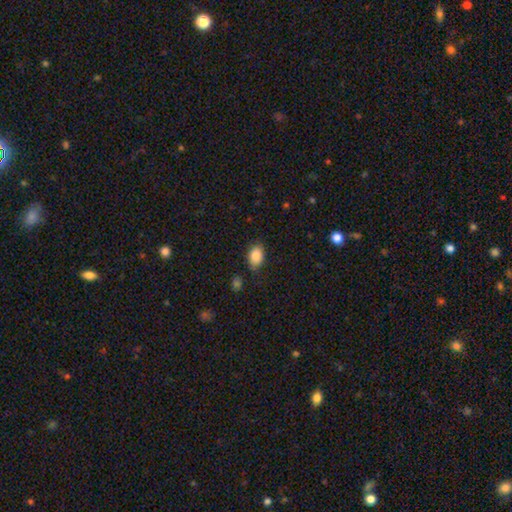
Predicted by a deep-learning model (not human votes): The model was most divided on "merging": none: 78%, minor disturbance: 16%, major disturbance: 3%, merger: 2%. More confident: smooth or featured — smooth (87%); how rounded — in between (81%).